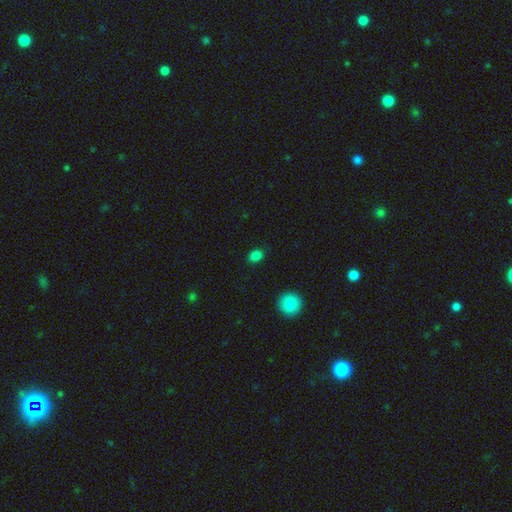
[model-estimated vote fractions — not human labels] This appears to be a smooth galaxy with no disk features (84%) that is in between round and cigar-shaped (58%). Merging: none (87%).